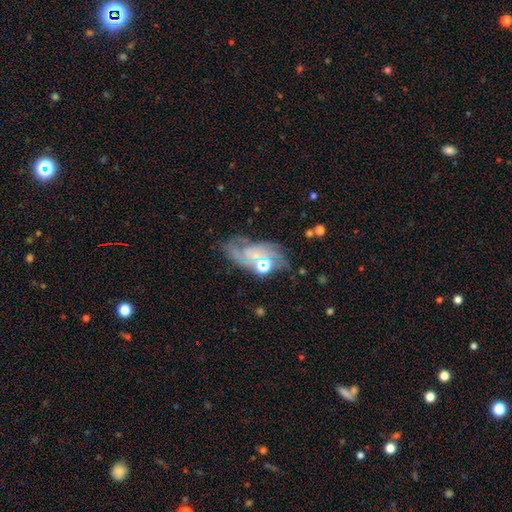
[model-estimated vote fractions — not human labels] Smooth or featured? Predicted: featured or disk (p=0.67). Edge-on disk? Predicted: no (p=0.95). Bar? Predicted: no (p=0.63). Spiral arms? Predicted: yes (p=0.89). Spiral winding? Predicted: tight (p=0.44). Spiral arm count? Predicted: 2 (p=0.37). Bulge size? Predicted: small (p=0.54). Merging? Predicted: none (p=0.59).